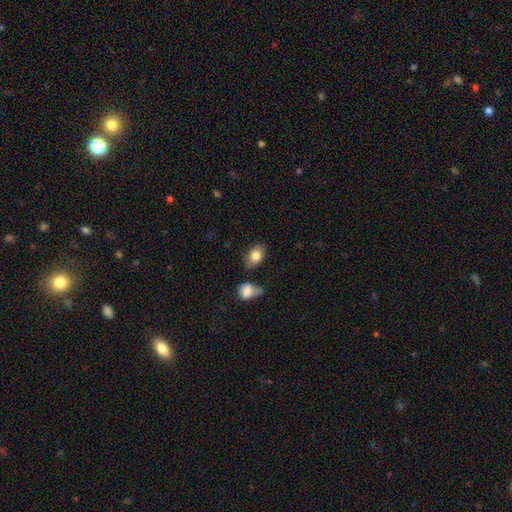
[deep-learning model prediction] Smooth or featured? Predicted: smooth (p=0.81). How rounded? Predicted: in between (p=0.84). Merging? Predicted: none (p=0.70).